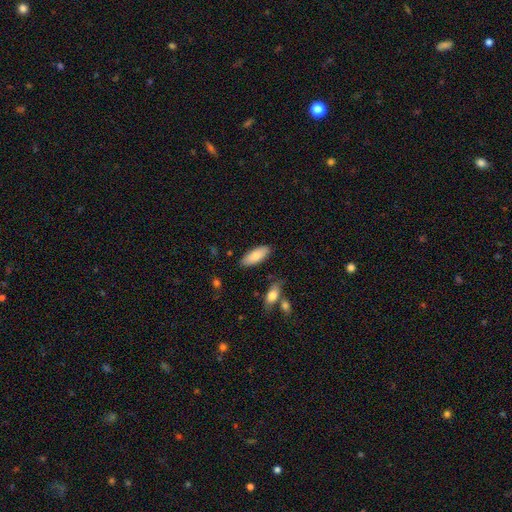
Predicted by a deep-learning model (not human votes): Smooth or featured?
  - smooth: 83% *
  - featured or disk: 11%
  - star or artifact: 6%
How rounded?
  - in between: 79% *
  - cigar-shaped: 19%
  - round: 2%
Merging?
  - none: 84% *
  - minor disturbance: 11%
  - merger: 3%
  - major disturbance: 2%